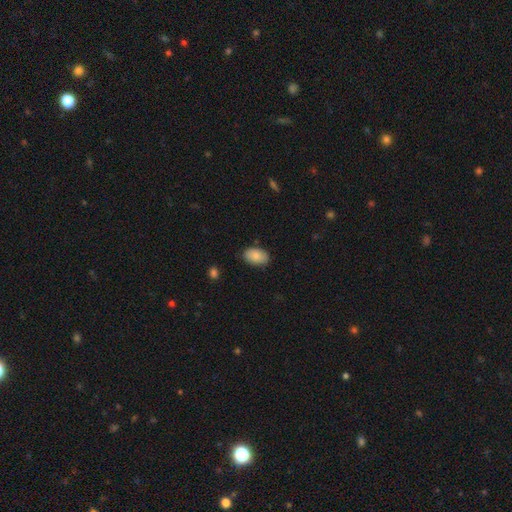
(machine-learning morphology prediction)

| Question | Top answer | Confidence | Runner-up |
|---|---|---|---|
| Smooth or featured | smooth | 86% | featured or disk (7%) |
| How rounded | in between | 92% | round (7%) |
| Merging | none | 83% | minor disturbance (13%) |